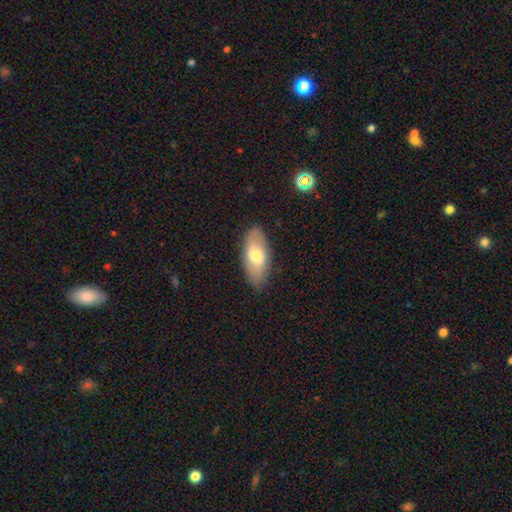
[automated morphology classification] Smooth or featured?
  - smooth: 66% *
  - featured or disk: 28%
  - star or artifact: 6%
How rounded?
  - in between: 87% *
  - cigar-shaped: 10%
  - round: 3%
Merging?
  - none: 85% *
  - minor disturbance: 11%
  - major disturbance: 3%
  - merger: 1%